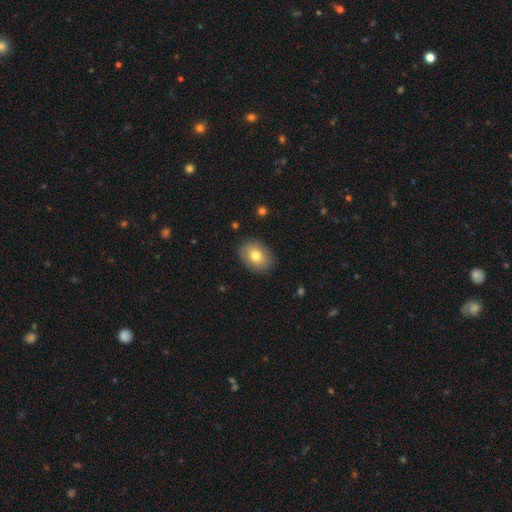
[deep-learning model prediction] smooth_or_featured: smooth (p=0.76) [alt: featured or disk p=0.16]
how_rounded: in between (p=0.72) [alt: round p=0.27]
merging: none (p=0.87) [alt: minor disturbance p=0.10]